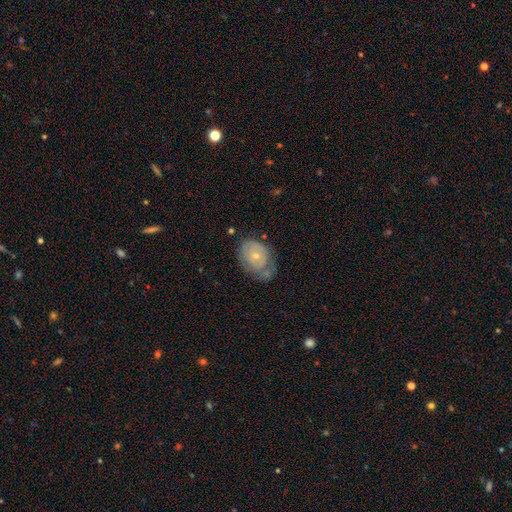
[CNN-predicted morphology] Smooth or featured: featured or disk — 51% (smooth — 42%)
Edge-on disk: no — 96% (yes — 4%)
Merging: none — 42% (minor disturbance — 33%)